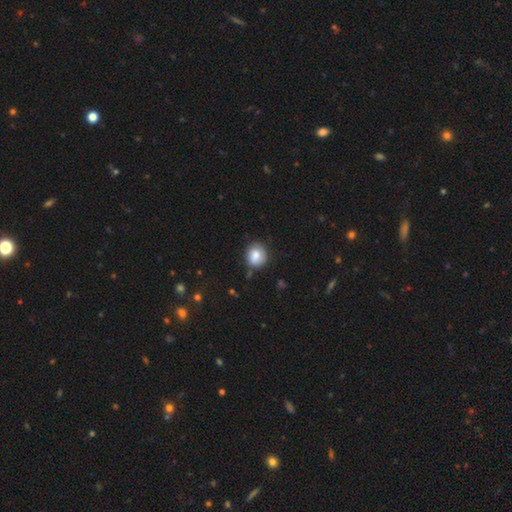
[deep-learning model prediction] Morphology: type=smooth (83%); roundness=round (81%); merging=none (78%).